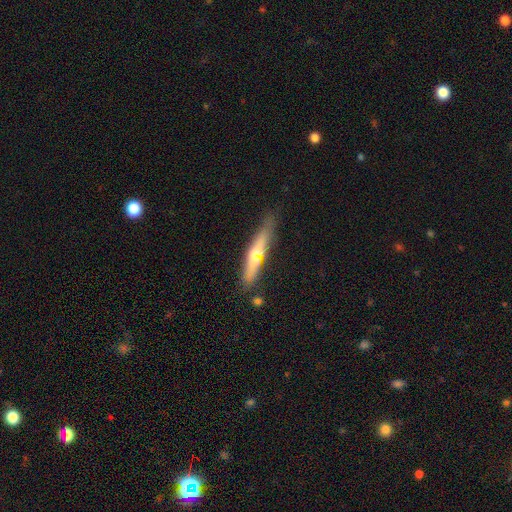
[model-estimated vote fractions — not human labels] Smooth or featured? smooth (49%)
Merging? none (76%)